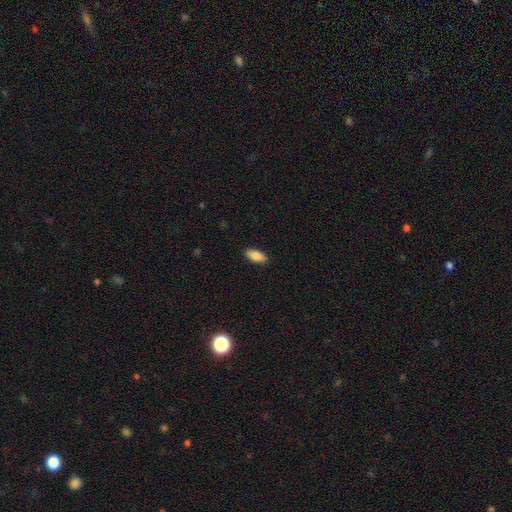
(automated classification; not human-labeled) Smooth or featured: smooth — 86% (featured or disk — 7%)
How rounded: in between — 87% (cigar-shaped — 11%)
Merging: none — 89% (minor disturbance — 8%)